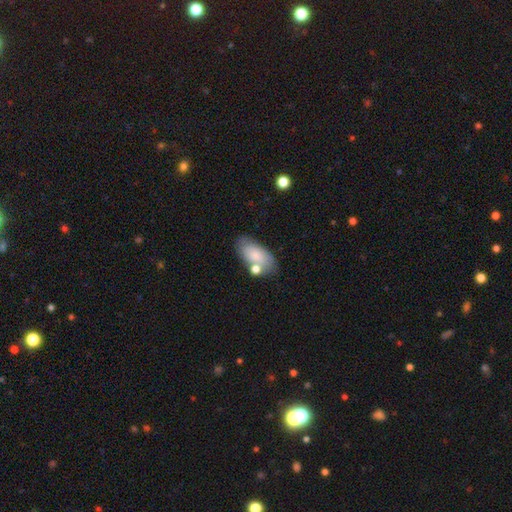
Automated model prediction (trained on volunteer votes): Smooth or featured?
  - smooth: 78% *
  - featured or disk: 15%
  - star or artifact: 7%
How rounded?
  - in between: 93% *
  - round: 4%
  - cigar-shaped: 3%
Merging?
  - none: 60% *
  - minor disturbance: 18%
  - merger: 17%
  - major disturbance: 5%